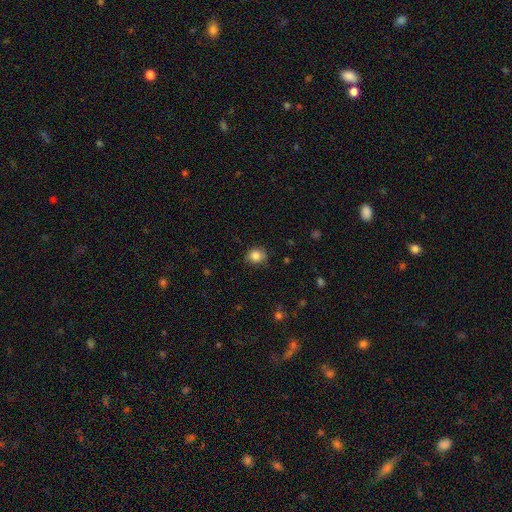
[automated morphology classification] A smooth galaxy with no disk features (84%) that is round (77%).

Vote fractions:
- Smooth or featured? smooth: 84% / star or artifact: 10% / featured or disk: 6%
- How rounded? round: 77% / in between: 22% / cigar-shaped: 1%
- Merging? none: 75% / minor disturbance: 20% / major disturbance: 4% / merger: 1%